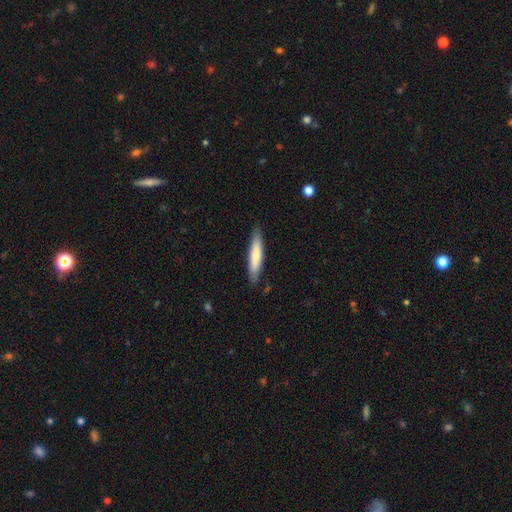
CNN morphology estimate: Q: Smooth or featured?
A: smooth (75%); runner-up: featured or disk (20%)
Q: How rounded?
A: cigar-shaped (86%); runner-up: in between (12%)
Q: Merging?
A: none (87%); runner-up: minor disturbance (10%)